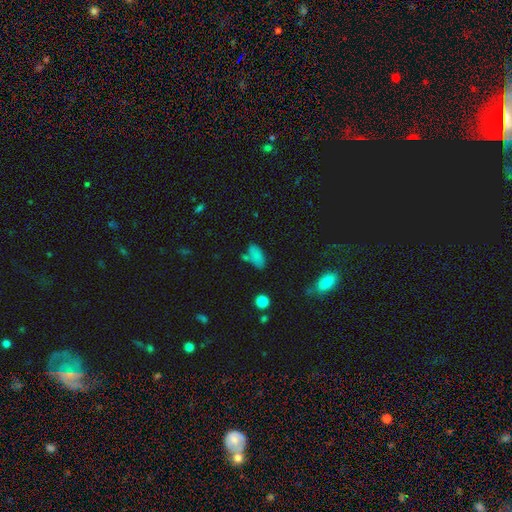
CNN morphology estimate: The model was most divided on "merging": none: 60%, minor disturbance: 19%, merger: 14%, major disturbance: 6%. More confident: how rounded — in between (86%); smooth or featured — smooth (80%).